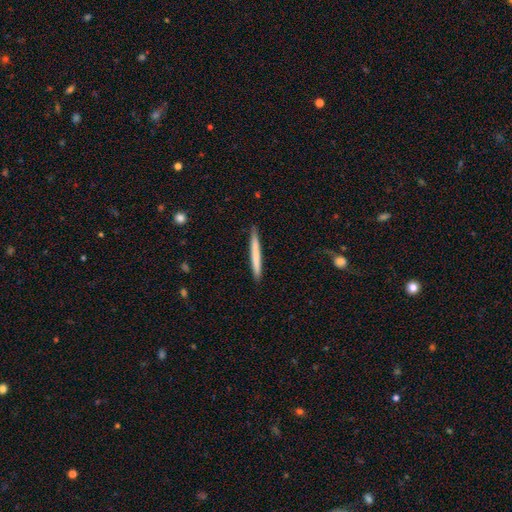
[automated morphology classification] The model was most divided on "smooth or featured": smooth: 68%, featured or disk: 27%, star or artifact: 5%. More confident: how rounded — cigar-shaped (97%); merging — none (89%).